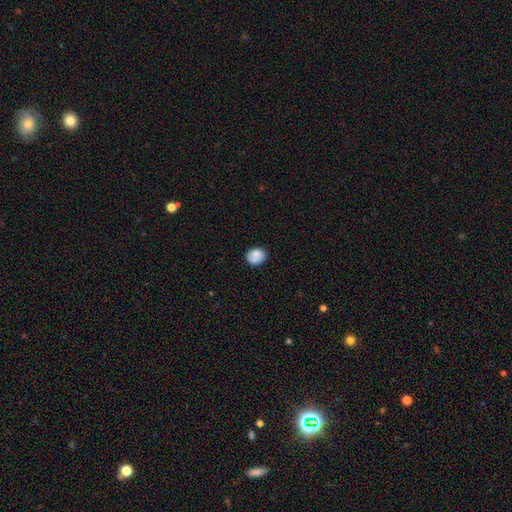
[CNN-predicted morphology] The model was most divided on "how rounded": round: 62%, in between: 37%, cigar-shaped: 1%. More confident: smooth or featured — smooth (83%); merging — none (78%).